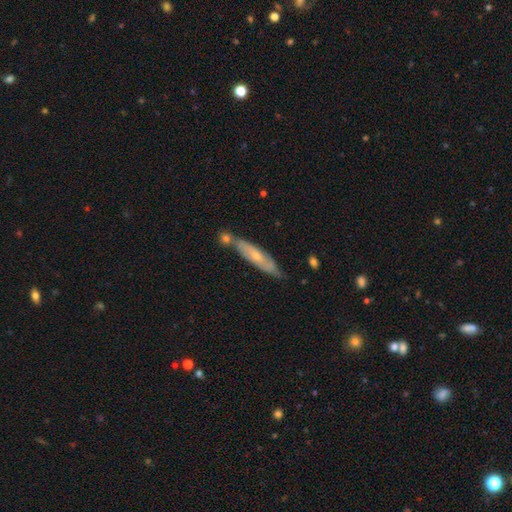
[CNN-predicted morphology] Smooth or featured? Predicted: featured or disk (p=0.54). Edge-on disk? Predicted: yes (p=0.53). Merging? Predicted: none (p=0.62).